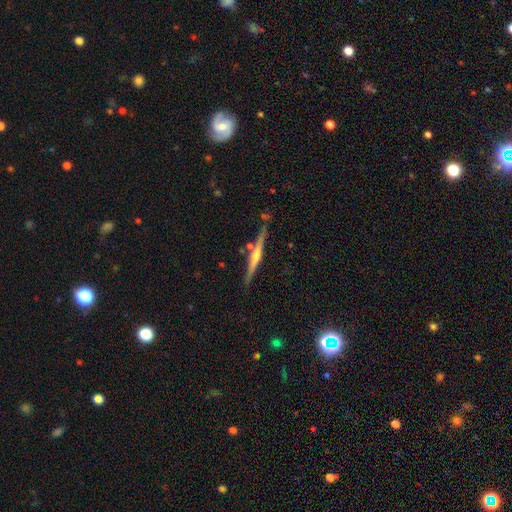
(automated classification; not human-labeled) This is likely a featured or disk galaxy (73%). It is clearly viewed edge-on (98%). Edge-on bulge: likely rounded (75%). Merging: clearly none (83%).